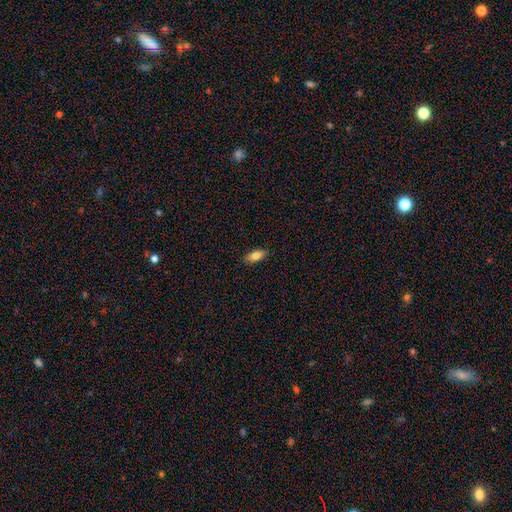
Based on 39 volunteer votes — Q: Smooth or featured?
A: smooth (87%); runner-up: featured or disk (8%)
Q: How rounded?
A: in between (85%); runner-up: cigar-shaped (15%)
Q: Merging?
A: none (97%); runner-up: minor disturbance (3%)